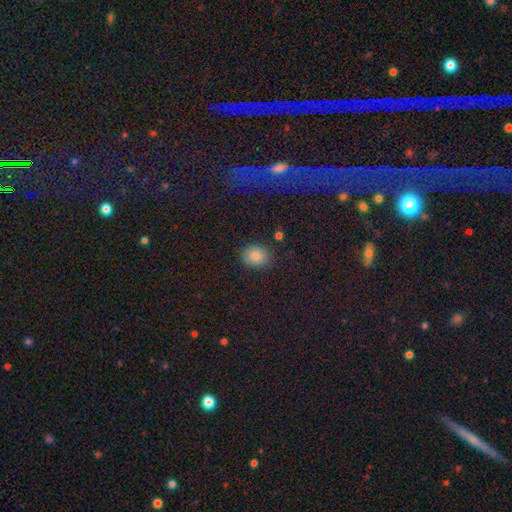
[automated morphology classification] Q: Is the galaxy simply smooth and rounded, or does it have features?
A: smooth — 82%.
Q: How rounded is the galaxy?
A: round — 58%.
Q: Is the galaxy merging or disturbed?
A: none — 85%.